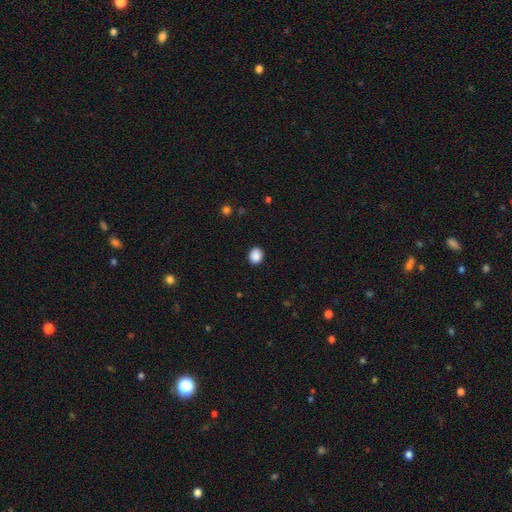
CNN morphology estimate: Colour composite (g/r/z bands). It shows a smooth galaxy with no disk features (89%) that is round (58%). Merging: none (89%).